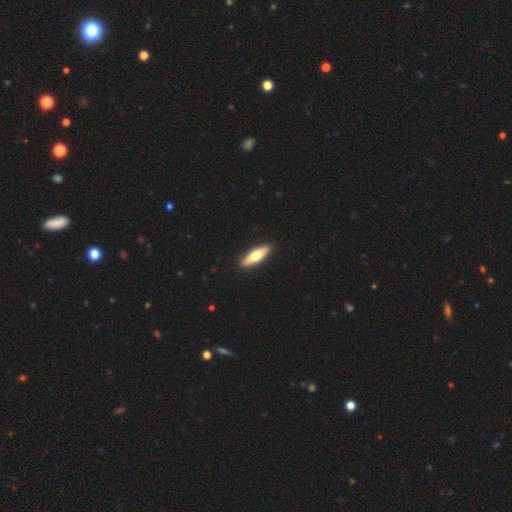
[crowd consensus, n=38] This is possibly a featured or disk galaxy (53%). It is likely viewed edge-on (75%). Edge-on bulge: clearly rounded (93%). Merging: clearly none (97%).